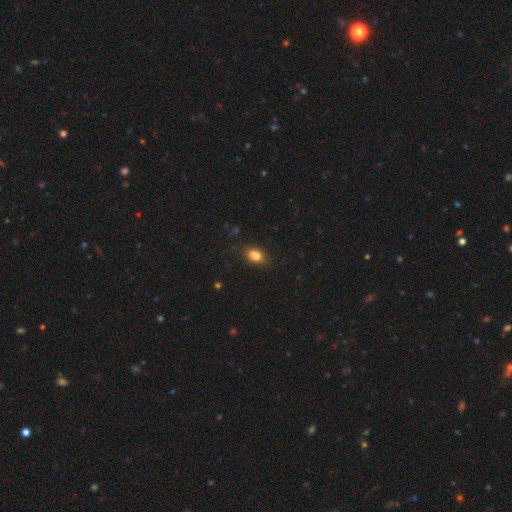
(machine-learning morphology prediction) This appears to be a smooth galaxy with no disk features (83%) that is in between round and cigar-shaped (71%). Merging: none (84%).